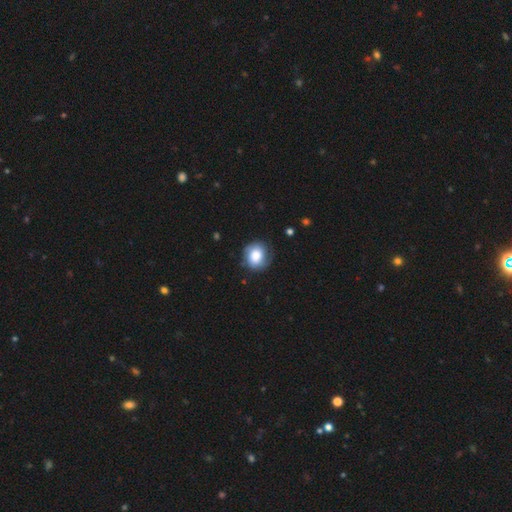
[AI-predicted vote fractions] Morphology: type=smooth (70%); roundness=round (77%); merging=none (70%).